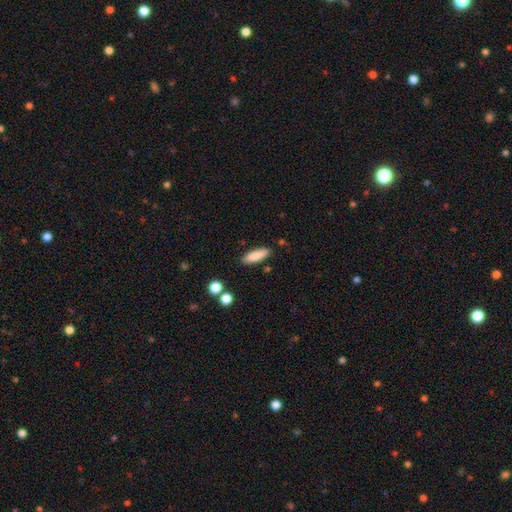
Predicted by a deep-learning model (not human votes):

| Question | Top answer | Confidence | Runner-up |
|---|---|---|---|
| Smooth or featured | smooth | 85% | featured or disk (8%) |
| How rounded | cigar-shaped | 58% | in between (40%) |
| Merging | none | 85% | minor disturbance (10%) |